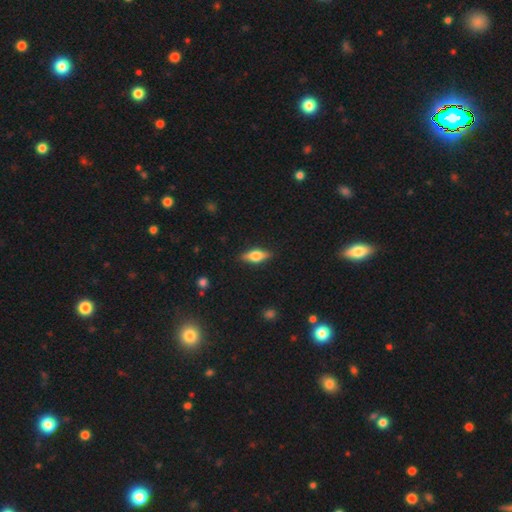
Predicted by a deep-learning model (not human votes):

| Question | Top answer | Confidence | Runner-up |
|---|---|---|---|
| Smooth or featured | smooth | 50% | featured or disk (43%) |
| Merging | none | 87% | minor disturbance (10%) |